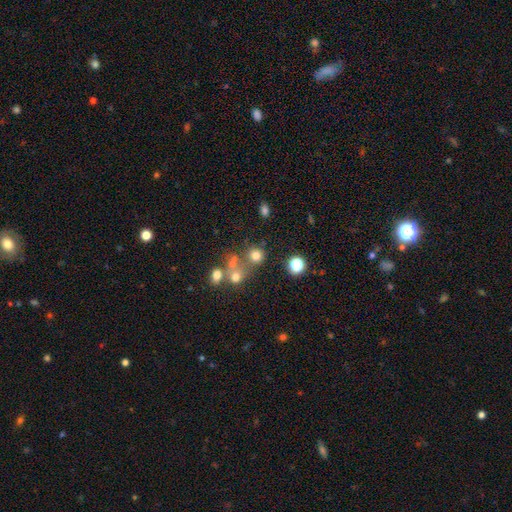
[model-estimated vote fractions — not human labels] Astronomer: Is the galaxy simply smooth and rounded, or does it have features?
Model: smooth — 71%.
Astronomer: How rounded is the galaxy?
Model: round — 86%.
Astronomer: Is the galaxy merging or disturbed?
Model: none — 59%.